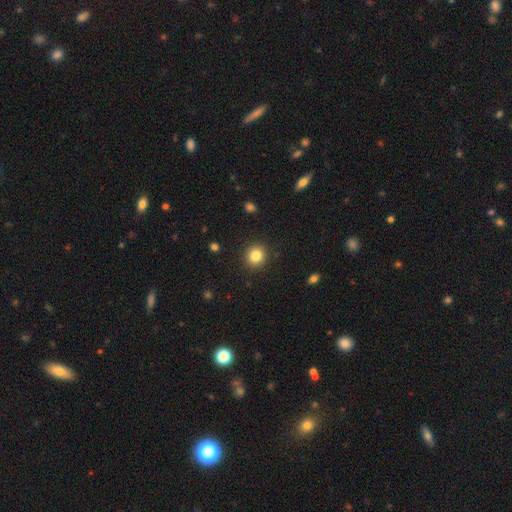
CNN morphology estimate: This appears to be a smooth galaxy with no disk features (83%) that is round (89%). Merging: none (91%).